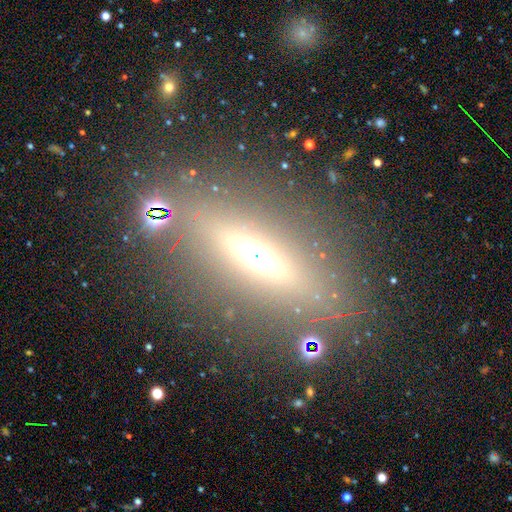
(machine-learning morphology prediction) A featured or disk galaxy (49%). Merging: none (80%).